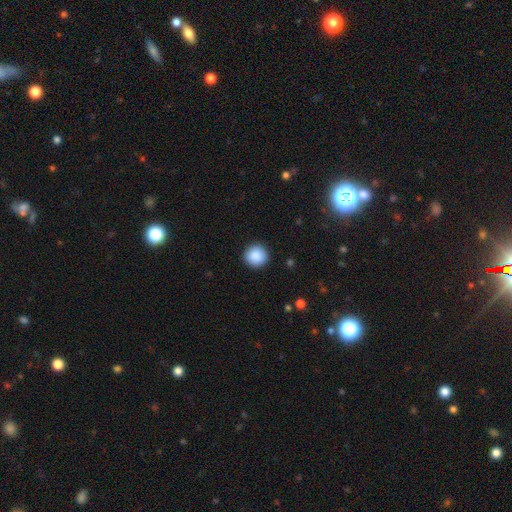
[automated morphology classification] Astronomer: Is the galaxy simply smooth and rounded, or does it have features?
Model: smooth — 89%.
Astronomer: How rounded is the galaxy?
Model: round — 94%.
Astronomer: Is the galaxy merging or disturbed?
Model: none — 92%.